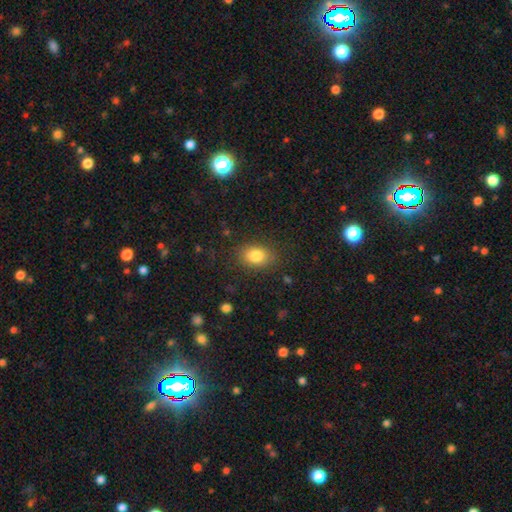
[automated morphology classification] Overall: smooth (83%). How rounded: in between (72%). Merging: none (83%).